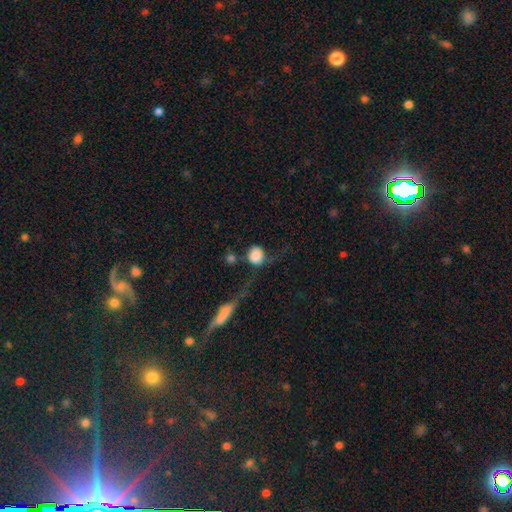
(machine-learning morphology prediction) Smooth or featured? smooth (79%)
How rounded? round (81%)
Merging? none (36%)